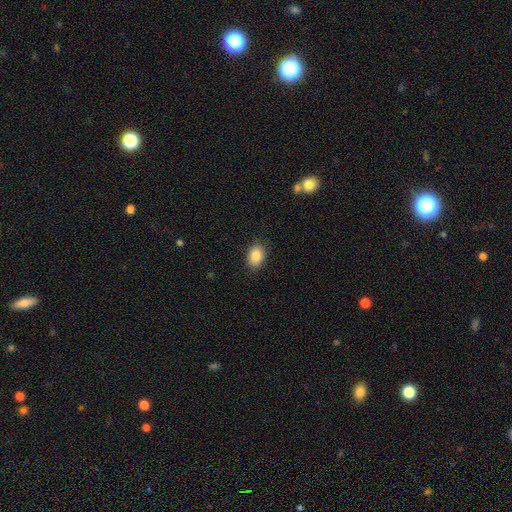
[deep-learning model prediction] Smooth or featured? Predicted: smooth (p=0.87). How rounded? Predicted: in between (p=0.76). Merging? Predicted: none (p=0.86).